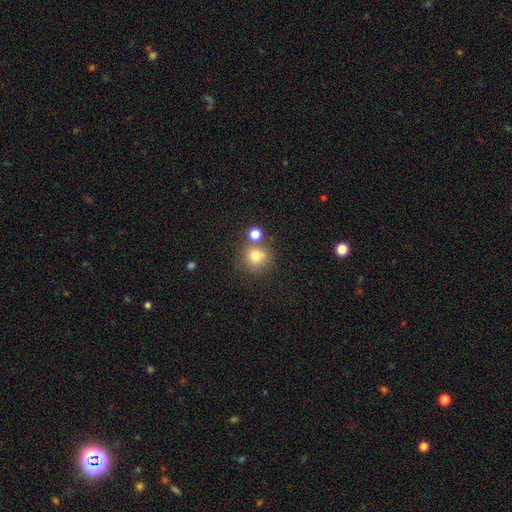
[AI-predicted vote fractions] A smooth galaxy with no disk features (77%) that is round (88%). Merging: none (59%).